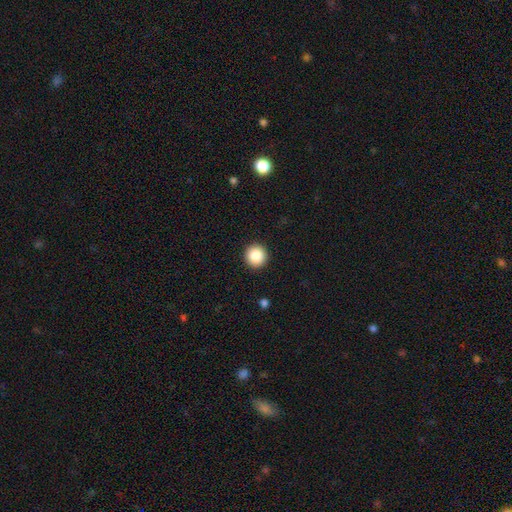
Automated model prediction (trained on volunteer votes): A smooth galaxy with no disk features (86%) that is round (95%).

Vote fractions:
- Smooth or featured? smooth: 86% / star or artifact: 9% / featured or disk: 5%
- How rounded? round: 95% / in between: 4% / cigar-shaped: 1%
- Merging? none: 93% / minor disturbance: 4% / major disturbance: 2% / merger: 1%